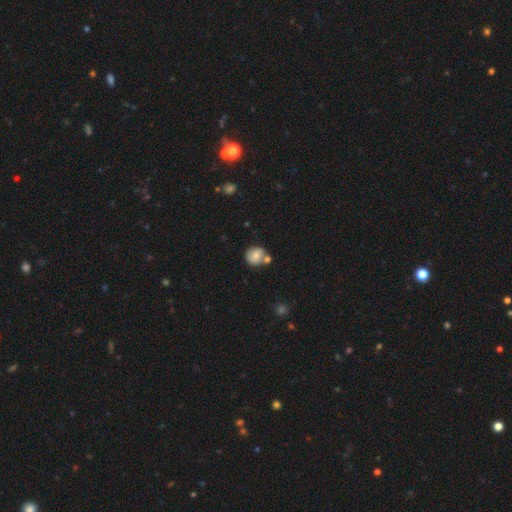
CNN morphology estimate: smooth 67%, featured or disk 24%, star or artifact 9%. Down the decision tree: how rounded — round (83%); merging — none (56%).